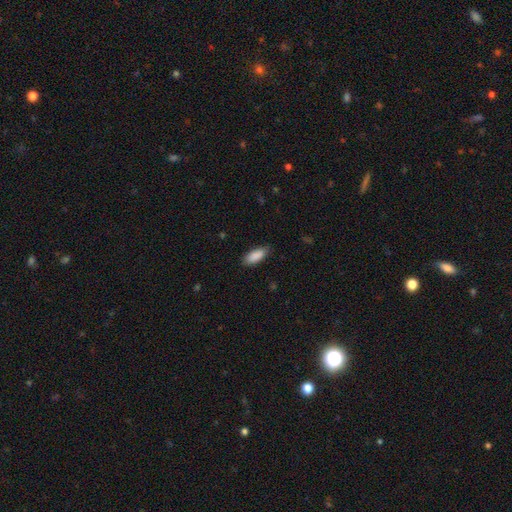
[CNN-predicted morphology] A smooth galaxy with no disk features (90%) that is in between round and cigar-shaped (79%). Merging: none (84%).